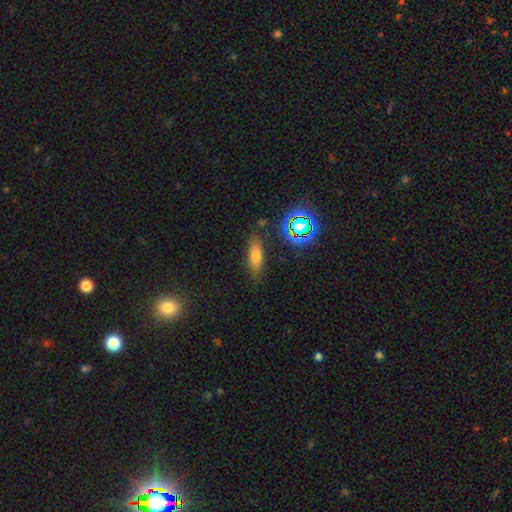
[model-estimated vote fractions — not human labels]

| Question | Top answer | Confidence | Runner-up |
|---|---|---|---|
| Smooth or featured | smooth | 65% | featured or disk (18%) |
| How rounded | in between | 57% | cigar-shaped (38%) |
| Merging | none | 78% | minor disturbance (14%) |